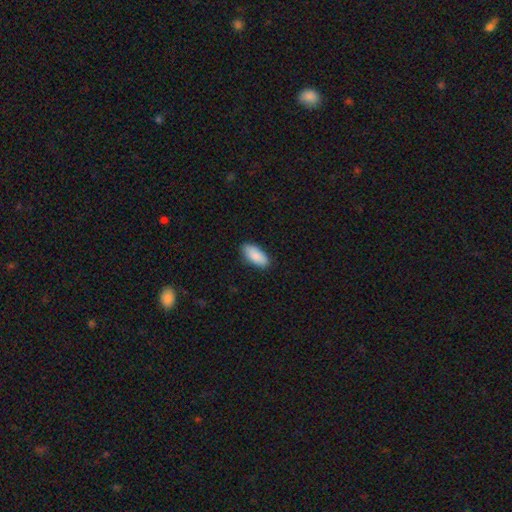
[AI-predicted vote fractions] Morphology: type=smooth (89%); roundness=in between (90%); merging=none (88%).